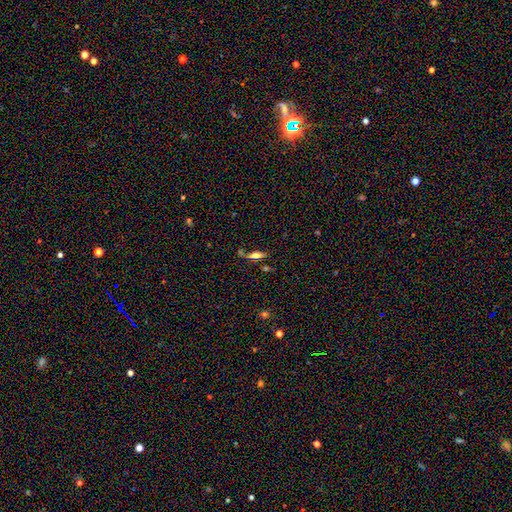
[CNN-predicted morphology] smooth_or_featured: smooth (p=0.44) [alt: featured or disk p=0.43]
merging: none (p=0.66) [alt: minor disturbance p=0.15]